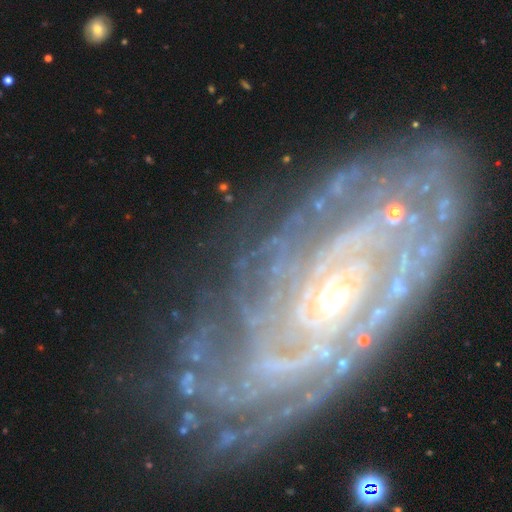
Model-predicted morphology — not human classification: The model was most divided on "spiral arm count": can't tell: 32%, 2: 20%, 3: 14%, more than 4: 13%, 4: 12%, 1: 8%. More confident: spiral arms — yes (96%); edge-on disk — no (94%); smooth or featured — featured or disk (89%); spiral winding — tight (74%); merging — none (73%); bar — no (66%); bulge size — small (57%).